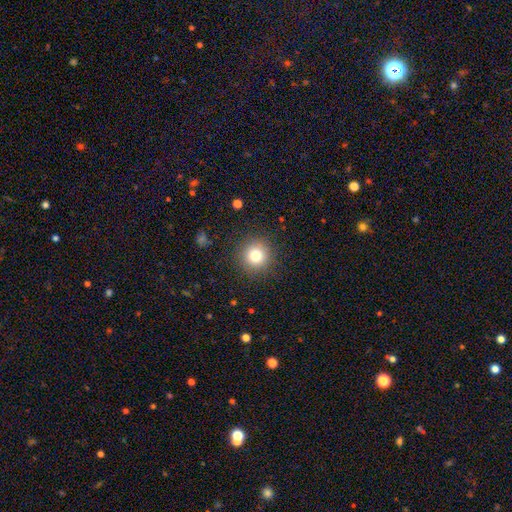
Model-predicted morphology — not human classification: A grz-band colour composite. It shows a smooth galaxy with no disk features (78%) that is round (94%). Merging: none (89%).